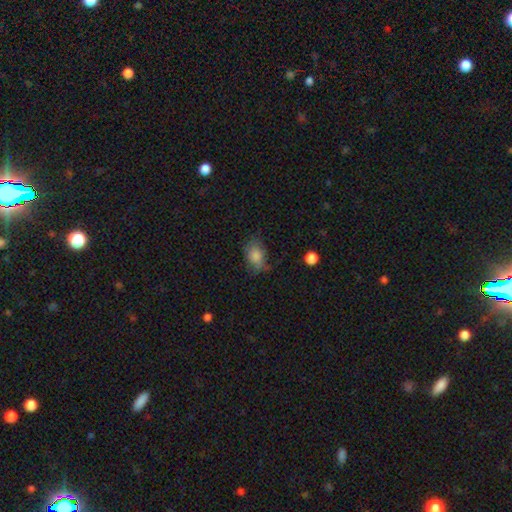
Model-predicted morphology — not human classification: smooth 78%, featured or disk 11%, star or artifact 10%. Down the decision tree: how rounded — in between (76%); merging — none (64%).